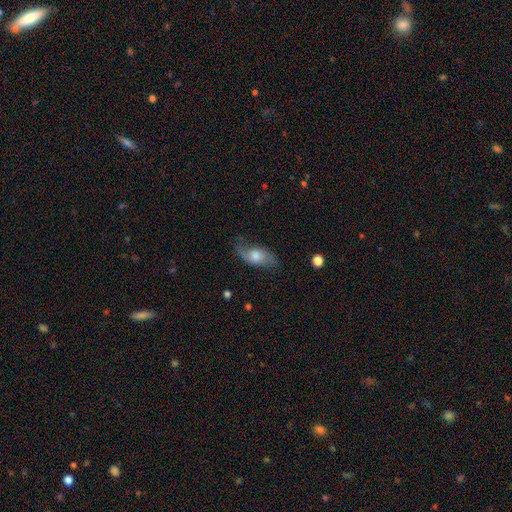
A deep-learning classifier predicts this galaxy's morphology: A smooth galaxy with no disk features (48%). Merging: none (61%).